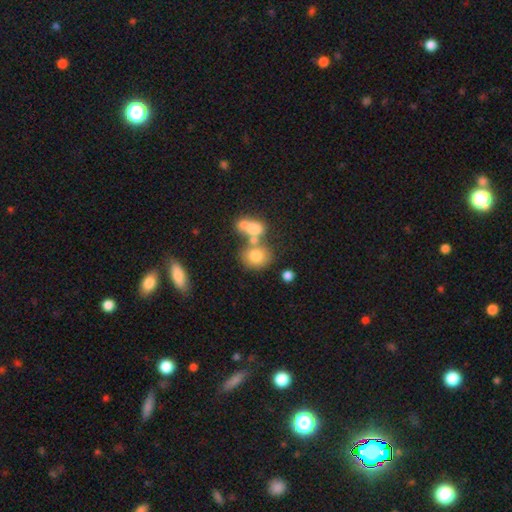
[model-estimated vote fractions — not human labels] Morphology: type=smooth (74%); roundness=round (64%); merging=none (45%).